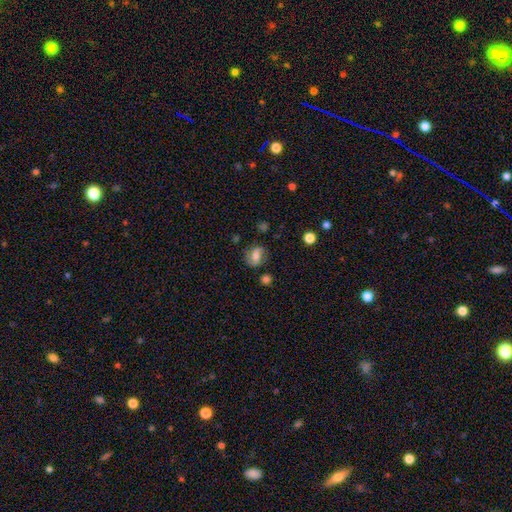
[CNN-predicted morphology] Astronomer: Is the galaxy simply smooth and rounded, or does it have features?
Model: smooth — 50% (runner-up: featured or disk, 40%).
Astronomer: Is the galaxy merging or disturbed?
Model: none — 69%.